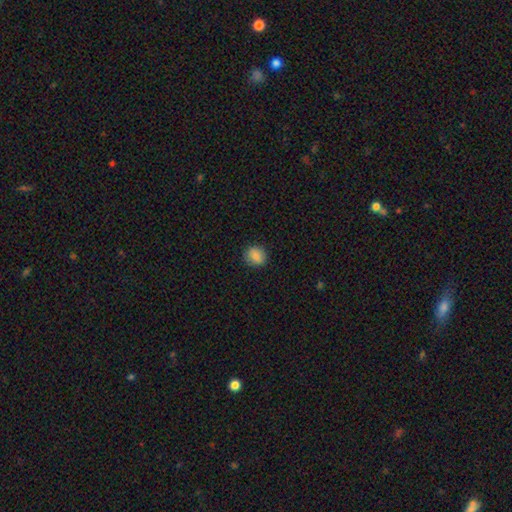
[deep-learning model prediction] Smooth or featured: smooth — 86% (star or artifact — 9%)
How rounded: round — 78% (in between — 21%)
Merging: none — 87% (minor disturbance — 10%)